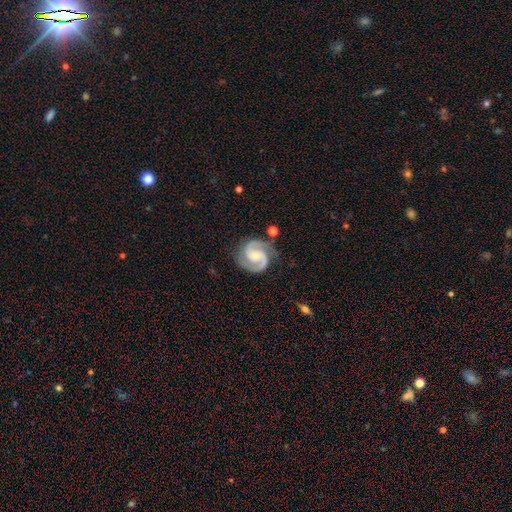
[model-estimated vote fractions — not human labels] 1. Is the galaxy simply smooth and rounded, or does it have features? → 92% featured or disk, 4% star or artifact, 4% smooth.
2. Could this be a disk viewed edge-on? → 98% no, 2% yes.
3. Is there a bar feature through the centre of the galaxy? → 53% no, 35% weak, 12% strong.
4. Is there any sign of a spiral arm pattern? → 99% yes, 1% no.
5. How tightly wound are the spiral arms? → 52% medium, 41% tight, 8% loose.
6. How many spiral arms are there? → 93% 2, 2% 3, 2% can't tell, 1% 1, 1% 4, 1% more than 4.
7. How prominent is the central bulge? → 58% small, 28% moderate, 11% none, 3% large, 1% dominant.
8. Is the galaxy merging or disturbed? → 80% none, 13% minor disturbance, 4% major disturbance, 2% merger.